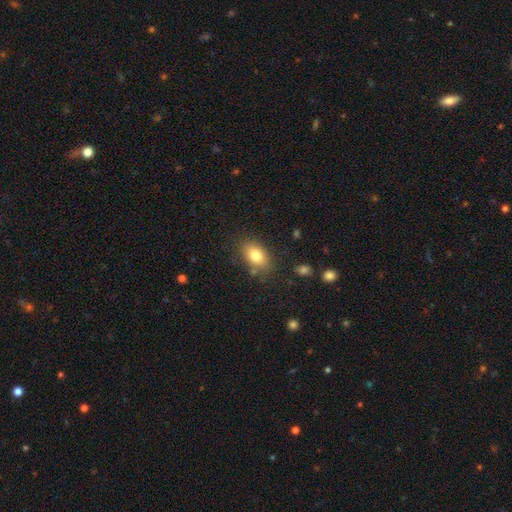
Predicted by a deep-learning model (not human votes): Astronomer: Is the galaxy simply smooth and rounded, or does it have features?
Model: smooth — 80%.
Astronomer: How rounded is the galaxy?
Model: in between — 85%.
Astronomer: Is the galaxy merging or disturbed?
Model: none — 80%.